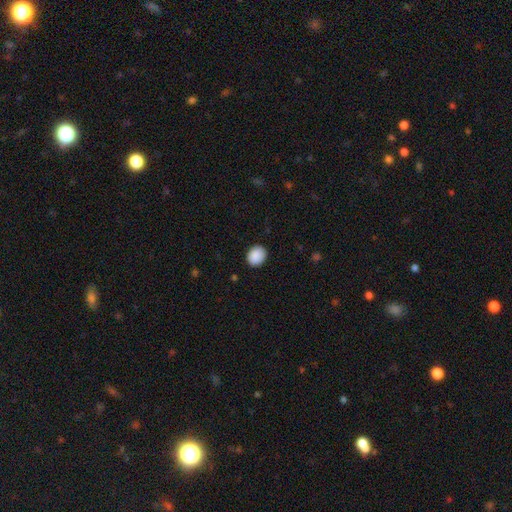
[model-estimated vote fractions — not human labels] Smooth or featured? smooth (90%)
How rounded? round (56%)
Merging? none (88%)